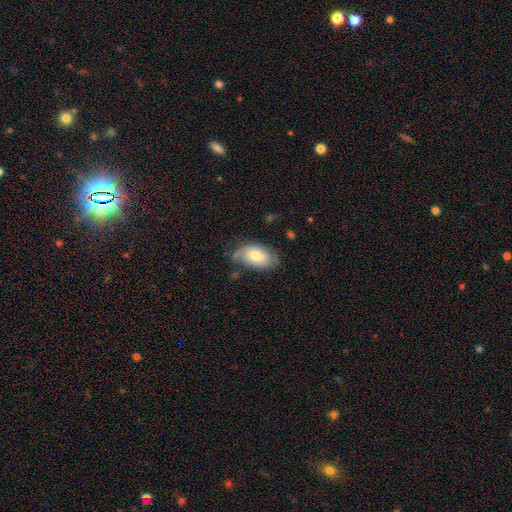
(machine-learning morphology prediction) smooth 59%, featured or disk 35%, star or artifact 7%. Down the decision tree: how rounded — in between (93%); merging — none (59%).